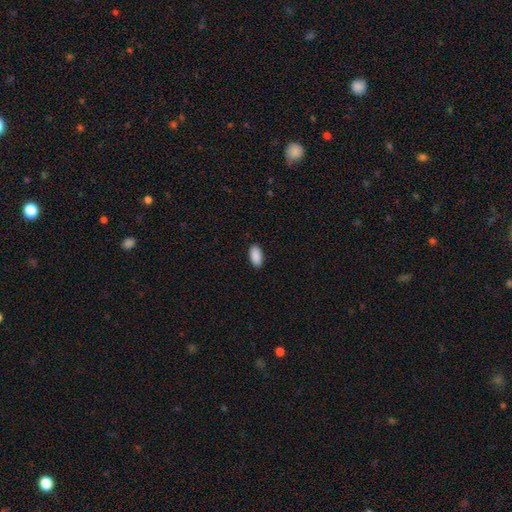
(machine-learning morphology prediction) Smooth or featured?
  - smooth: 91% *
  - star or artifact: 6%
  - featured or disk: 3%
How rounded?
  - in between: 93% *
  - cigar-shaped: 5%
  - round: 2%
Merging?
  - none: 89% *
  - minor disturbance: 8%
  - major disturbance: 2%
  - merger: 1%